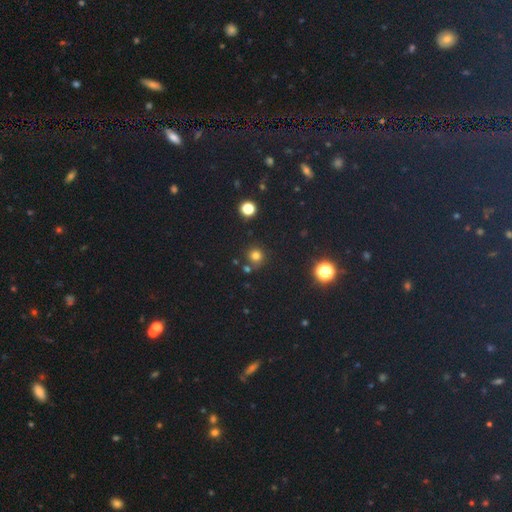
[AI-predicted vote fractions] This appears to be a smooth galaxy with no disk features (73%) that is round (91%). Merging: none (76%).